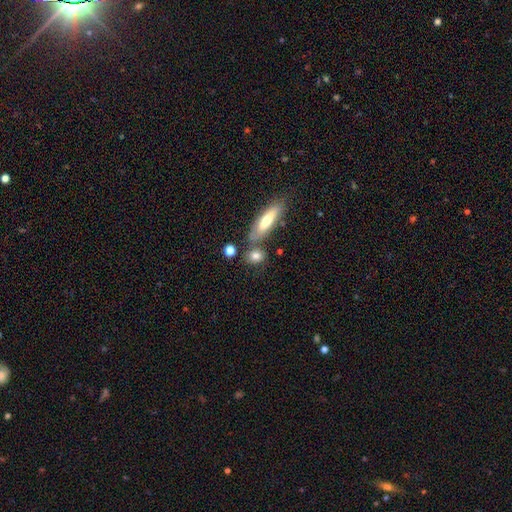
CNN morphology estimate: Overall: smooth (76%). How rounded: in between (45%; round 43%). Merging: none (63%).